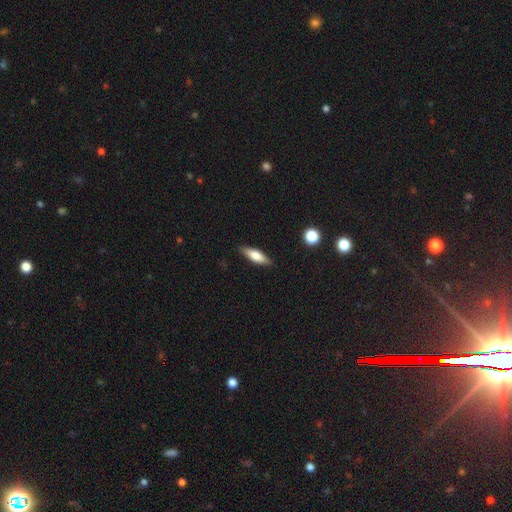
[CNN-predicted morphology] This is likely a smooth galaxy (64%). How rounded: possibly cigar-shaped (52%). Merging: clearly none (87%).